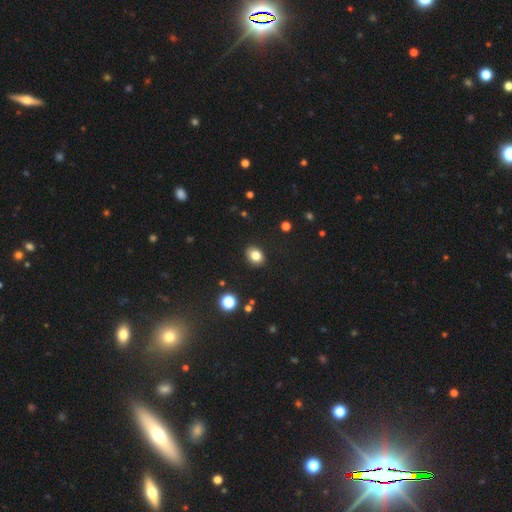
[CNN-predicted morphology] type=smooth (83%); roundness=in between (60%); merging=none (89%).